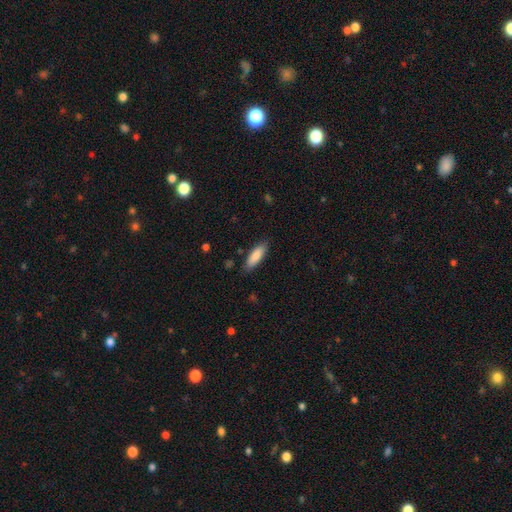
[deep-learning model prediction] This appears to be a smooth galaxy with no disk features (85%) that is in between round and cigar-shaped (55%). Merging: none (84%).